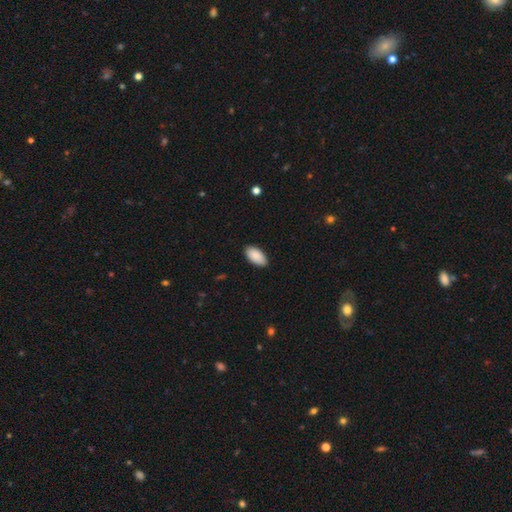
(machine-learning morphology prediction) Smooth or featured? Predicted: smooth (p=0.90). How rounded? Predicted: in between (p=0.95). Merging? Predicted: none (p=0.88).